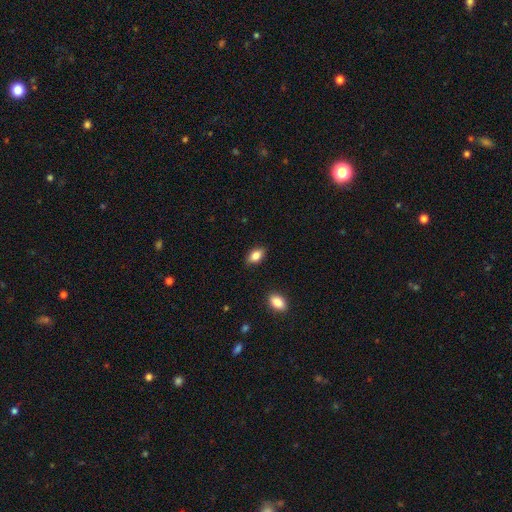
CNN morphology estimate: Smooth or featured? smooth (82%)
How rounded? in between (89%)
Merging? none (87%)